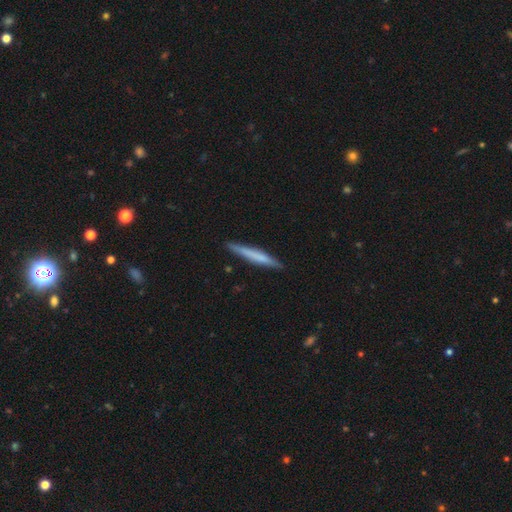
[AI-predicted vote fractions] A smooth galaxy with no disk features (59%) that is cigar-shaped (96%). Merging: none (89%).